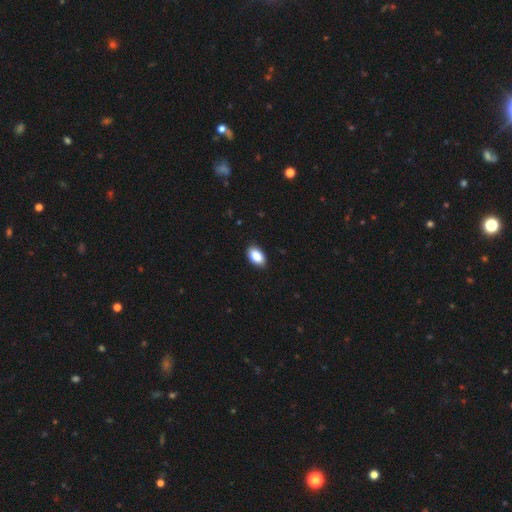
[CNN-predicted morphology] The model was most divided on "merging": none: 89%, minor disturbance: 9%, major disturbance: 2%, merger: 1%. More confident: how rounded — in between (93%); smooth or featured — smooth (88%).